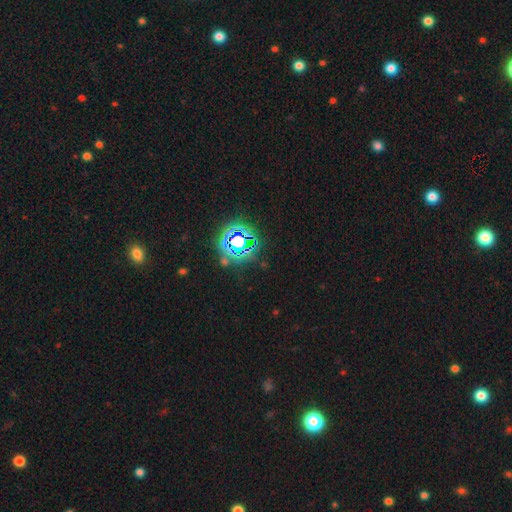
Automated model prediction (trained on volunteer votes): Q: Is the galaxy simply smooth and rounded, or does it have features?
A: star or artifact — 80%.